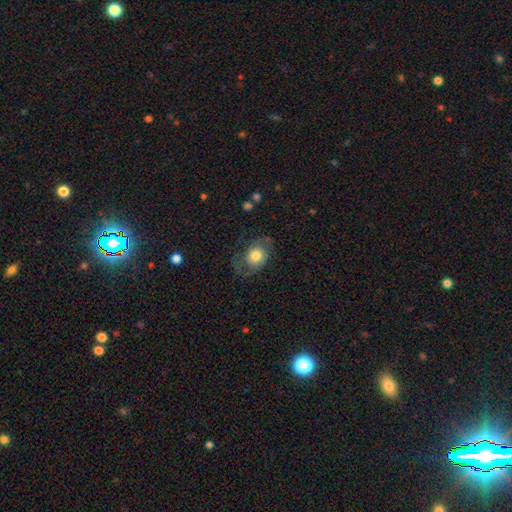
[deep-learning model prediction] smooth 56%, featured or disk 37%, star or artifact 8%. Down the decision tree: how rounded — in between (58%); merging — none (62%).